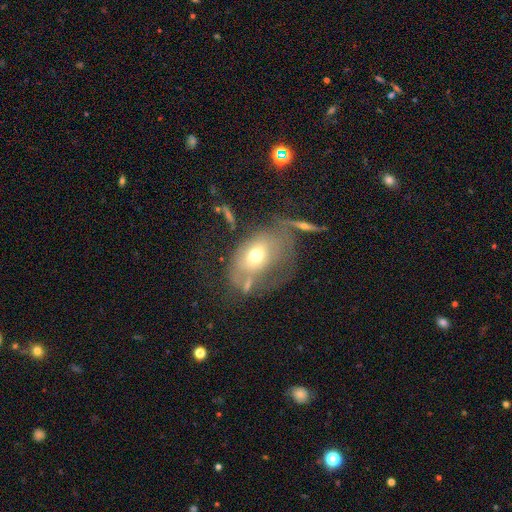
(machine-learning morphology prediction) smooth 54%, featured or disk 35%, star or artifact 10%. Down the decision tree: how rounded — in between (71%); merging — major disturbance (36%).